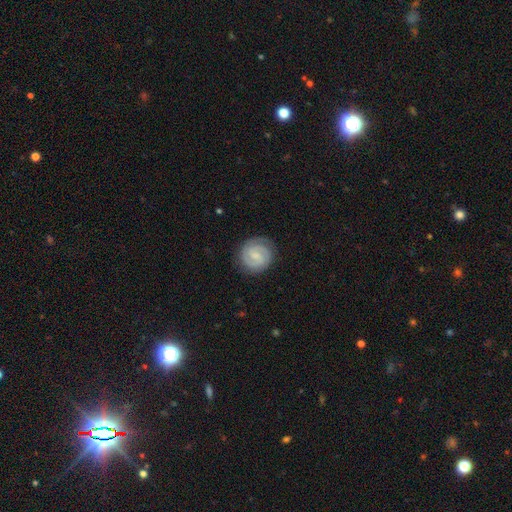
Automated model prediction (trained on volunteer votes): smooth-or-featured: featured or disk: 84% | smooth: 11% | star or artifact: 5%
  disk-edge-on: no: 98% | yes: 2%
    bar: weak: 51% | no: 35% | strong: 14%
    has-spiral-arms: yes: 98% | no: 2%
      spiral-winding: tight: 71% | medium: 26% | loose: 3%
      spiral-arm-count: 2: 89% | 3: 3% | can't tell: 3% | 1: 1% | 4: 1% | more than 4: 1%
    bulge-size: small: 53% | none: 26% | moderate: 18% | large: 2% | dominant: 1%
  merging: none: 86% | minor disturbance: 10% | major disturbance: 3% | merger: 1%